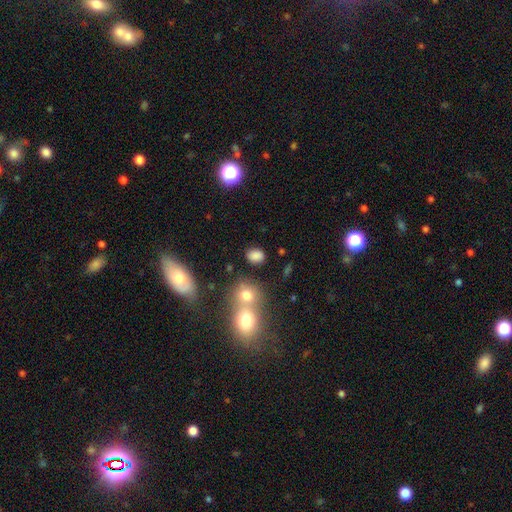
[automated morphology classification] smooth_or_featured: smooth (p=0.81) [alt: star or artifact p=0.13]
how_rounded: in between (p=0.69) [alt: round p=0.29]
merging: none (p=0.72) [alt: minor disturbance p=0.12]